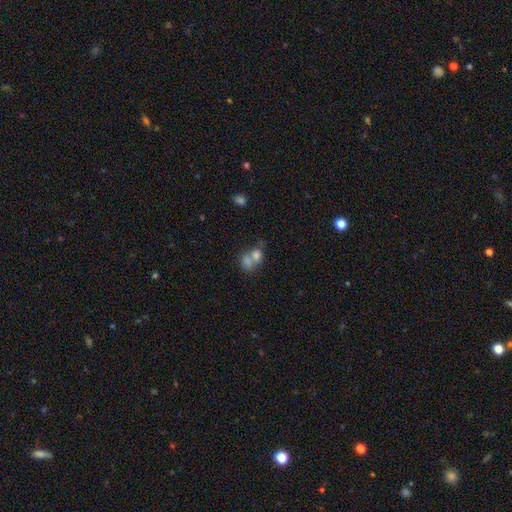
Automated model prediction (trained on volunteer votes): Smooth or featured? smooth (71%)
How rounded? in between (60%)
Merging? merger (67%)